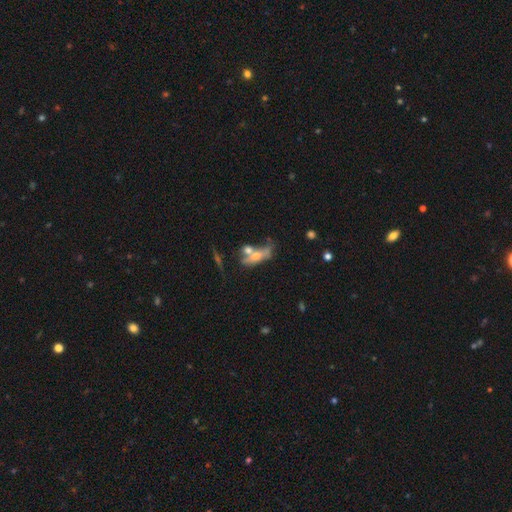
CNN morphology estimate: The model was most divided on "edge-on disk": yes: 51%, no: 49%. Remaining: smooth or featured — featured or disk (50%); merging — merger (40%).